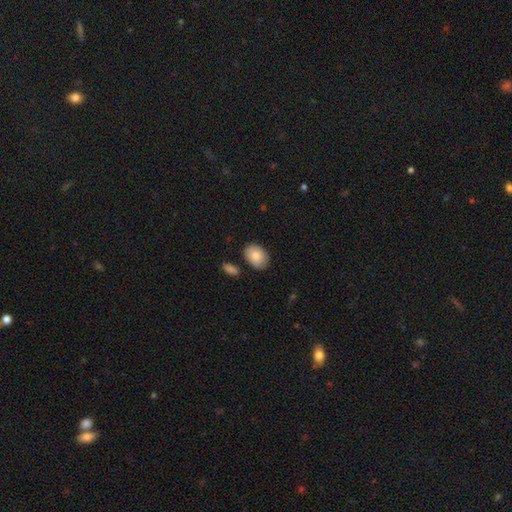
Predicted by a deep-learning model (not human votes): A smooth galaxy with no disk features (84%) that is in between round and cigar-shaped (82%). Merging: none (82%).